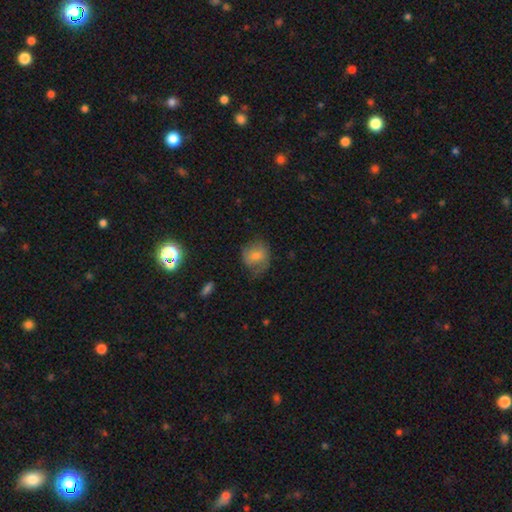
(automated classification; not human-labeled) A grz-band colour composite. It shows a smooth galaxy with no disk features (55%) that is round (71%). Merging: none (59%).